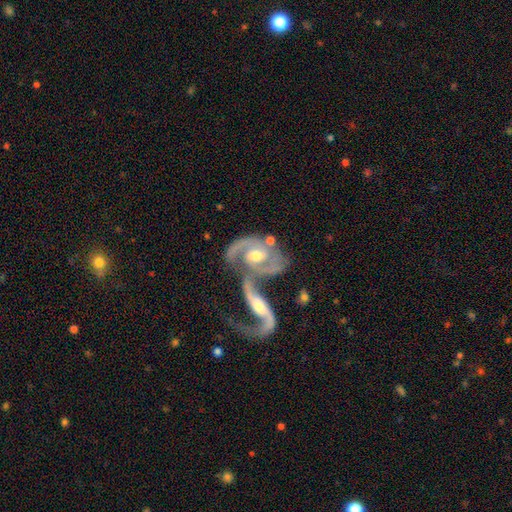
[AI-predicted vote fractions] The model was most divided on "spiral winding": medium: 46%, loose: 35%, tight: 19%. Remaining: edge-on disk — no (96%); spiral arms — yes (95%); smooth or featured — featured or disk (87%); spiral arm count — 2 (76%); bulge size — moderate (67%); merging — merger (67%); bar — no (50%).